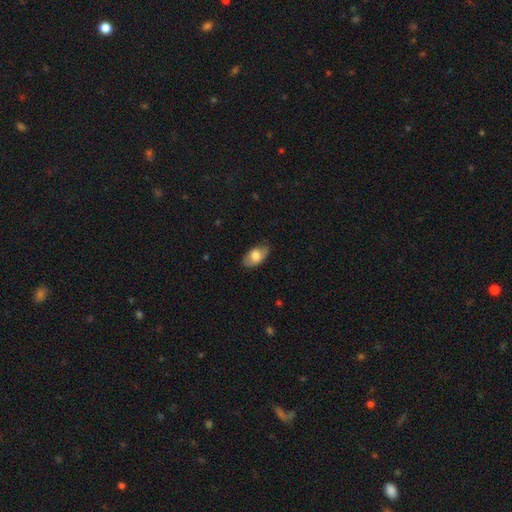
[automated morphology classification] The model was most divided on "merging": none: 74%, minor disturbance: 21%, major disturbance: 5%, merger: 1%. More confident: how rounded — in between (92%); smooth or featured — smooth (73%).